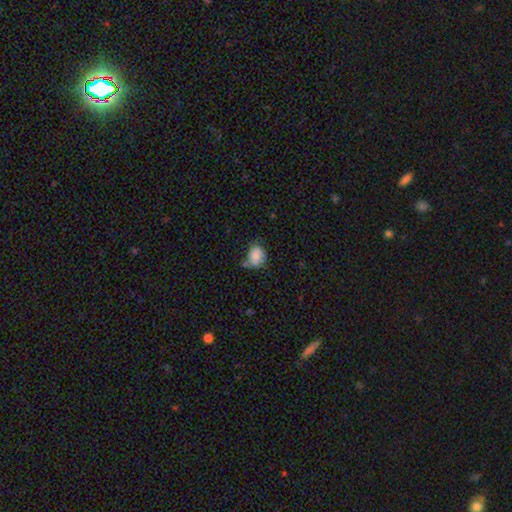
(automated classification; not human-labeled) This is clearly a smooth galaxy (82%). How rounded: possibly in between (55%). Merging: possibly none (48%).